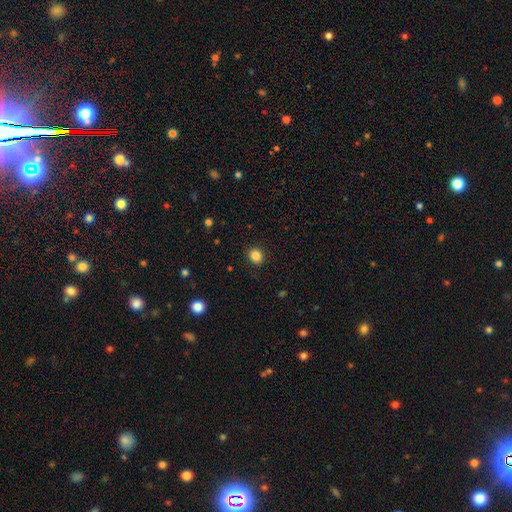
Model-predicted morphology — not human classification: type=smooth (85%); roundness=round (79%); merging=none (90%).